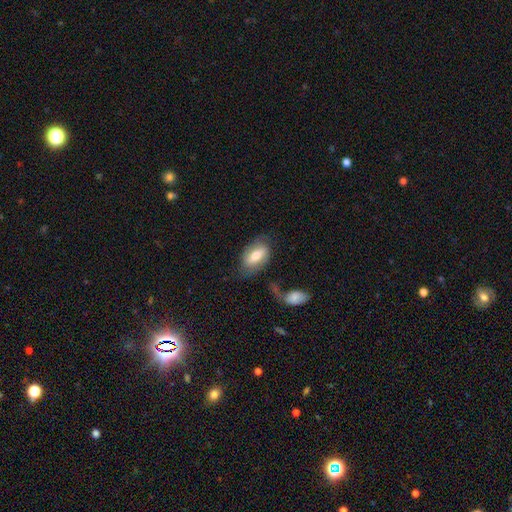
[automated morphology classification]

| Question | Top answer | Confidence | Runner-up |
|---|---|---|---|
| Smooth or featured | smooth | 58% | featured or disk (36%) |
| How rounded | in between | 90% | round (6%) |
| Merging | none | 51% | minor disturbance (20%) |